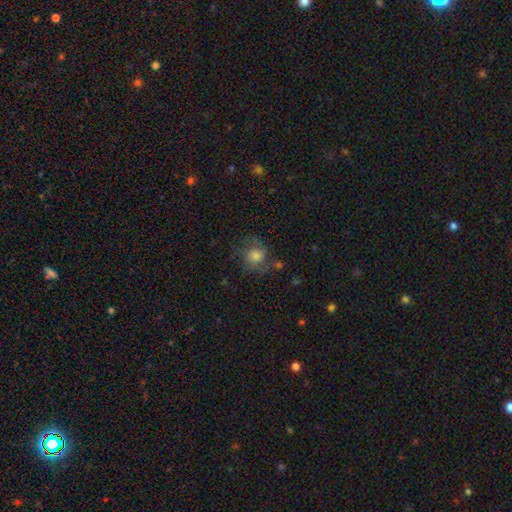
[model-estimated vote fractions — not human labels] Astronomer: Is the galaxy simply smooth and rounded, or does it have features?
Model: smooth — 62%.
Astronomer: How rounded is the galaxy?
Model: round — 80%.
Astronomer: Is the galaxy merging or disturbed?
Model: none — 59%.